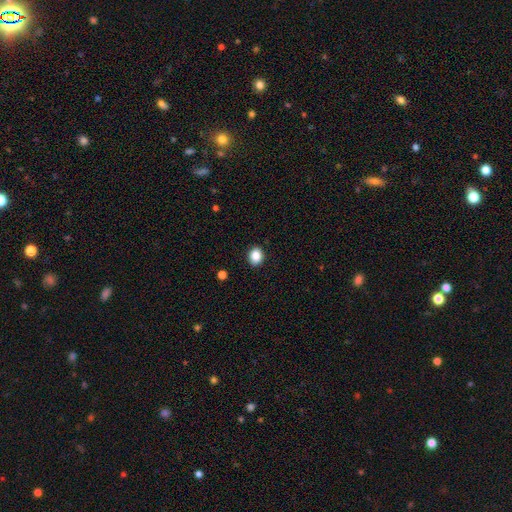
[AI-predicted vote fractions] smooth 87%, star or artifact 9%, featured or disk 4%. Down the decision tree: how rounded — round (52%); merging — none (89%).